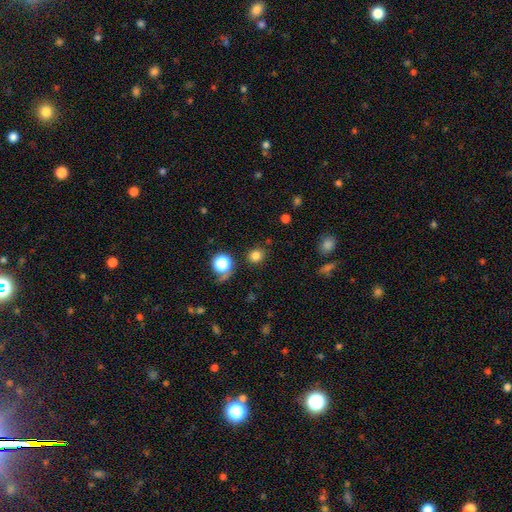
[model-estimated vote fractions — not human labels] This appears to be a smooth galaxy with no disk features (81%) that is round (87%). Merging: none (86%).